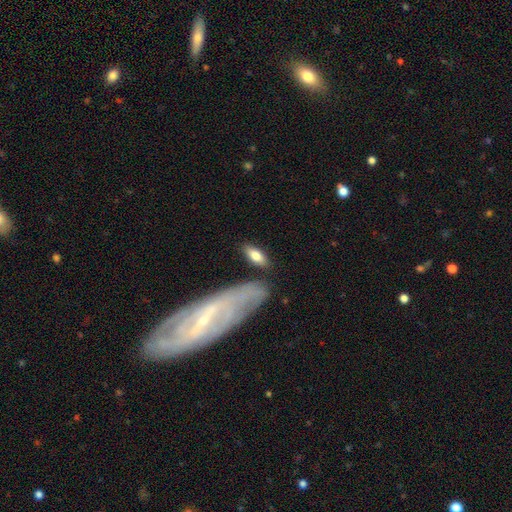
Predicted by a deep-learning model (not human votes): smooth_or_featured: smooth (p=0.73) [alt: featured or disk p=0.21]
how_rounded: in between (p=0.79) [alt: cigar-shaped p=0.19]
merging: none (p=0.77) [alt: minor disturbance p=0.13]